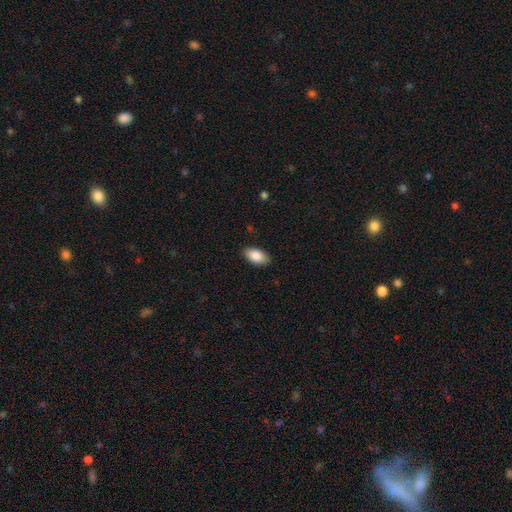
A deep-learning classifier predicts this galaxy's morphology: Smooth or featured: smooth — 87% (star or artifact — 6%)
How rounded: in between — 94% (round — 4%)
Merging: none — 87% (minor disturbance — 9%)